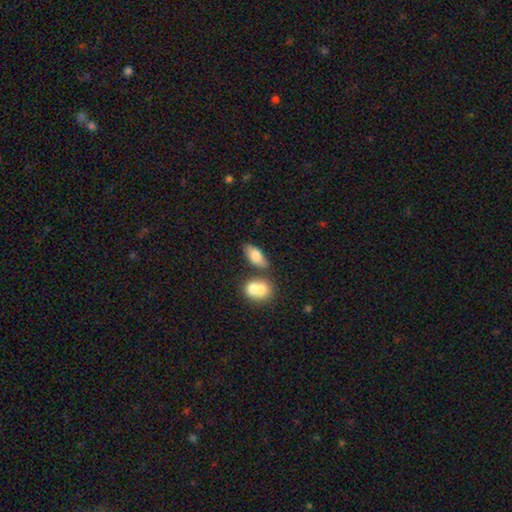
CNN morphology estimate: type=smooth (74%); roundness=in between (84%); merging=none (59%).